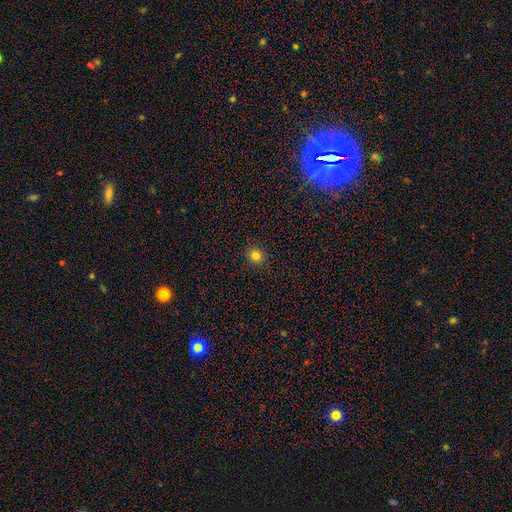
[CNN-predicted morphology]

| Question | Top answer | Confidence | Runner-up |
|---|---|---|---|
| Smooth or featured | smooth | 80% | star or artifact (14%) |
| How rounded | round | 82% | in between (17%) |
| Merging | none | 91% | minor disturbance (6%) |